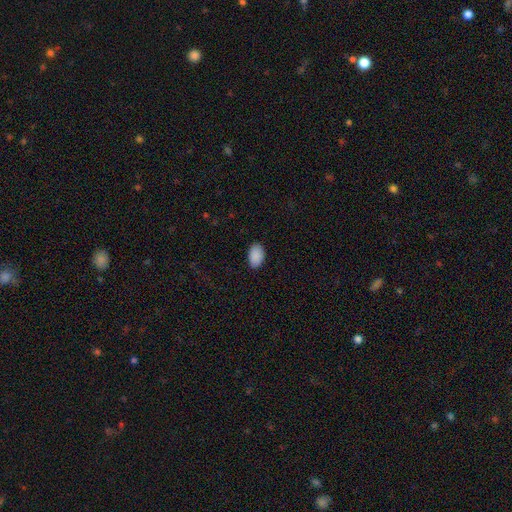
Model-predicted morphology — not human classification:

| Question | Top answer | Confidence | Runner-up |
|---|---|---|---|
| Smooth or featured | smooth | 90% | star or artifact (7%) |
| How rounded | in between | 91% | round (8%) |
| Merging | none | 88% | minor disturbance (9%) |